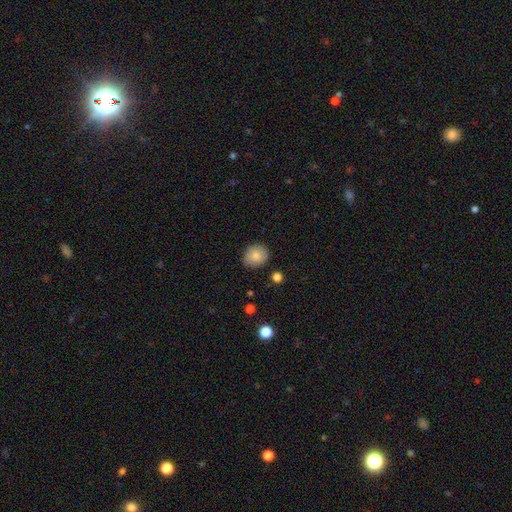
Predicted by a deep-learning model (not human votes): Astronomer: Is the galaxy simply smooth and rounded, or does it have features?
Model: smooth — 82%.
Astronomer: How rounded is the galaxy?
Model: round — 68%.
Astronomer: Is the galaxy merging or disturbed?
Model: none — 84%.